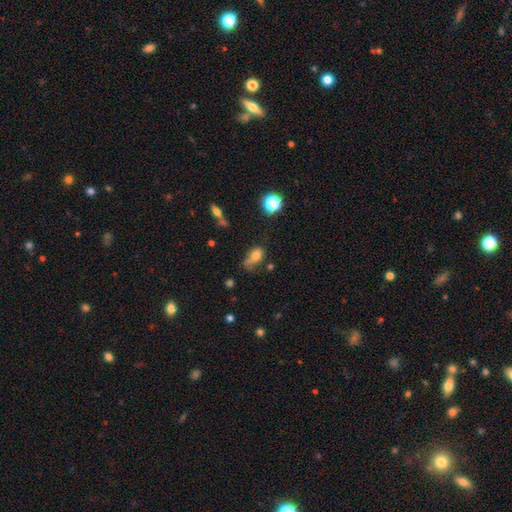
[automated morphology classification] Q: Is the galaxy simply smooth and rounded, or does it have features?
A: smooth — 72%.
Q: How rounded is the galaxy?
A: in between — 77%.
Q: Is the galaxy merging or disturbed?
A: minor disturbance — 34%.